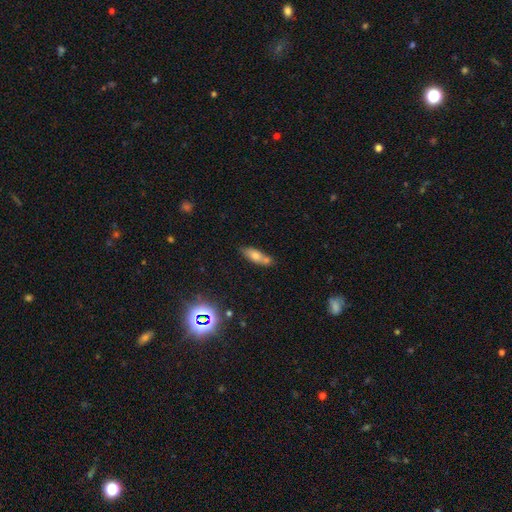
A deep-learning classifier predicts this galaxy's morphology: This is likely a smooth galaxy (62%). How rounded: likely in between (61%). Merging: possibly none (53%).